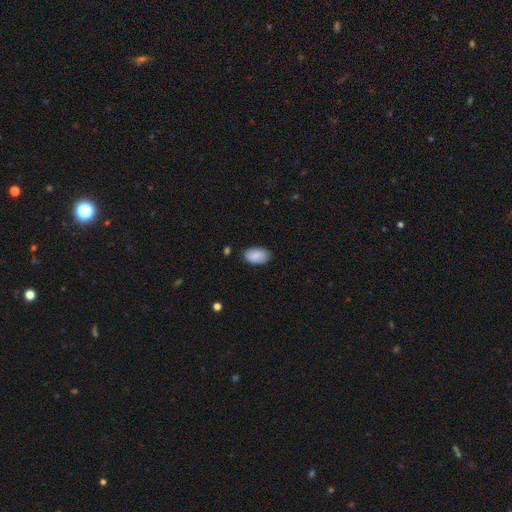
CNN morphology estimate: Smooth or featured? Predicted: smooth (p=0.87). How rounded? Predicted: in between (p=0.93). Merging? Predicted: none (p=0.83).